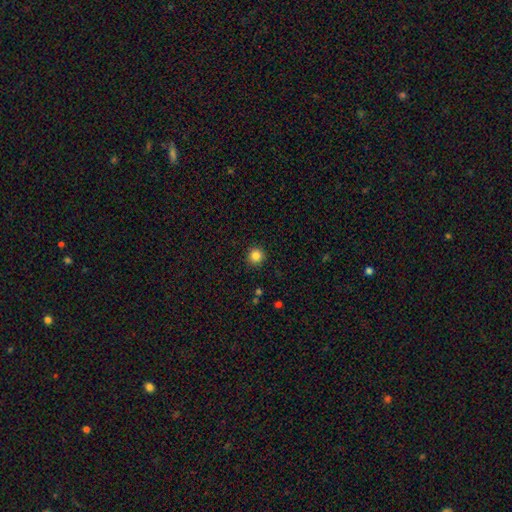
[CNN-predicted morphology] type=smooth (85%); roundness=round (95%); merging=none (92%).